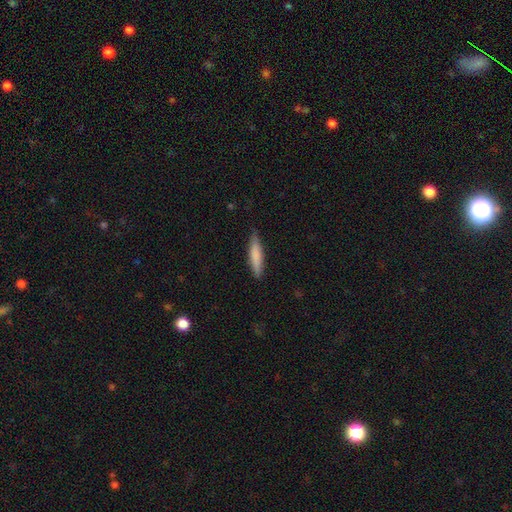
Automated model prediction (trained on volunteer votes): Morphology: type=smooth (78%); roundness=cigar-shaped (84%); merging=none (84%).